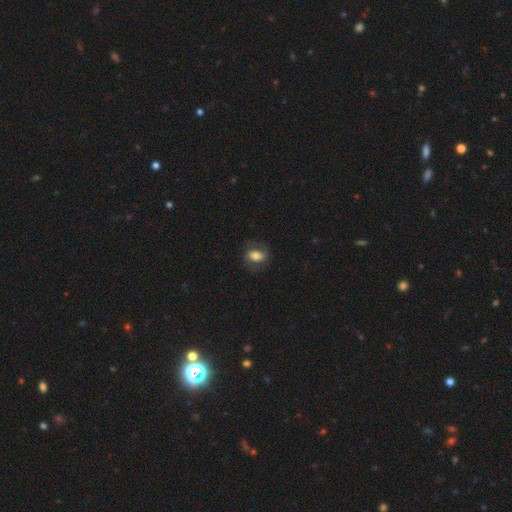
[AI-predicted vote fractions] A smooth galaxy with no disk features (63%) that is in between round and cigar-shaped (79%). Merging: none (73%).